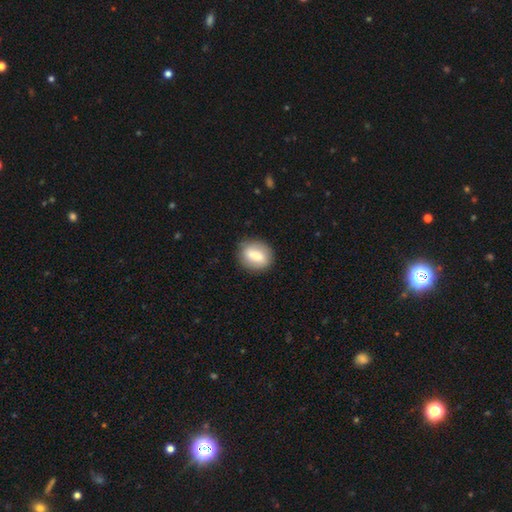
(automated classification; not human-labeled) Morphology: type=smooth (68%); roundness=round (48%, tied with in between); merging=none (84%).